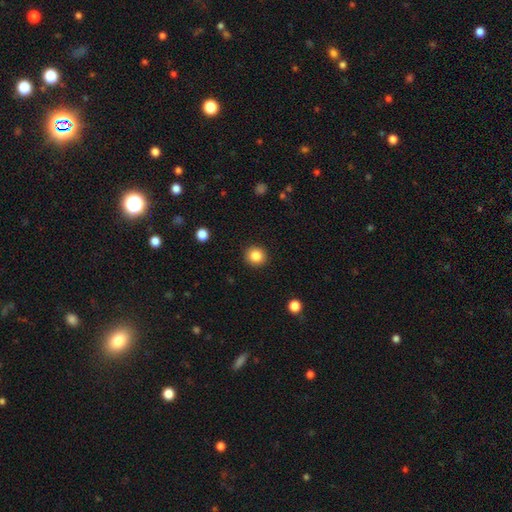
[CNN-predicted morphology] Overall: smooth (85%). How rounded: round (89%). Merging: none (92%).